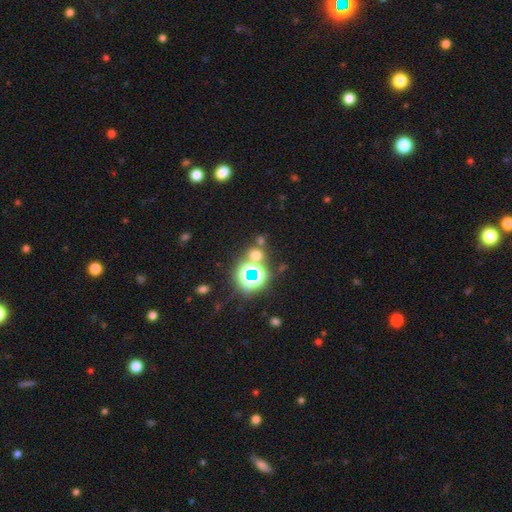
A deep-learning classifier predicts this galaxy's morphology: Smooth or featured? Predicted: smooth (p=0.47). Merging? Predicted: none (p=0.71).